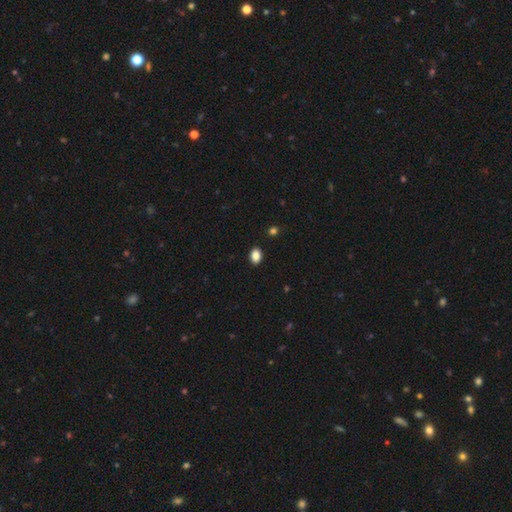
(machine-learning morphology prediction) Smooth or featured? Predicted: smooth (p=0.87). How rounded? Predicted: in between (p=0.78). Merging? Predicted: none (p=0.90).